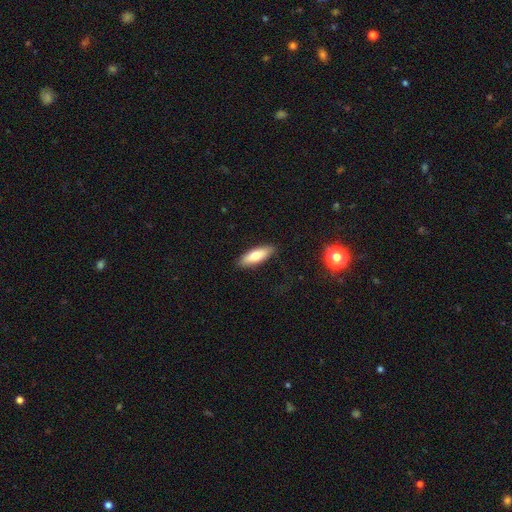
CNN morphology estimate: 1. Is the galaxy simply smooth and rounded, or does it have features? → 74% smooth, 19% featured or disk, 6% star or artifact.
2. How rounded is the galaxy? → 53% in between, 45% cigar-shaped, 2% round.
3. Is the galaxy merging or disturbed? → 86% none, 10% minor disturbance, 2% major disturbance, 1% merger.